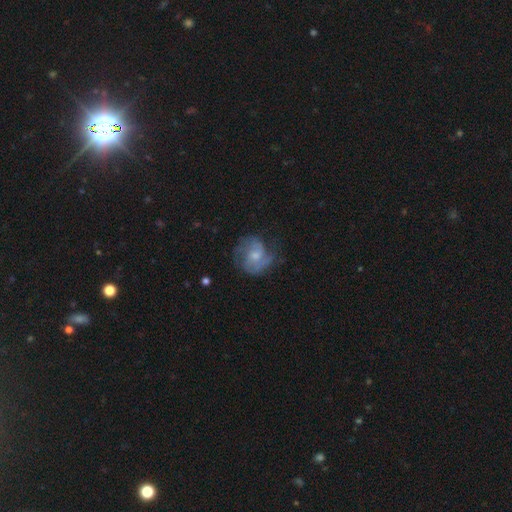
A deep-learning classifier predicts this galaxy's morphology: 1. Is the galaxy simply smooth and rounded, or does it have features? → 68% featured or disk, 25% smooth, 7% star or artifact.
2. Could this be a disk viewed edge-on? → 98% no, 2% yes.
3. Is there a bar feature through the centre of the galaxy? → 62% no, 33% weak, 5% strong.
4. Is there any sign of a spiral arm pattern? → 86% yes, 14% no.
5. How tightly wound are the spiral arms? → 46% medium, 32% tight, 22% loose.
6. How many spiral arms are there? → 46% 2, 25% can't tell, 16% 3, 6% 1, 4% 4, 3% more than 4.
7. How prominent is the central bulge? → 47% small, 41% moderate, 8% none, 3% large, 1% dominant.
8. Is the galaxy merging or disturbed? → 56% none, 25% minor disturbance, 18% major disturbance, 2% merger.